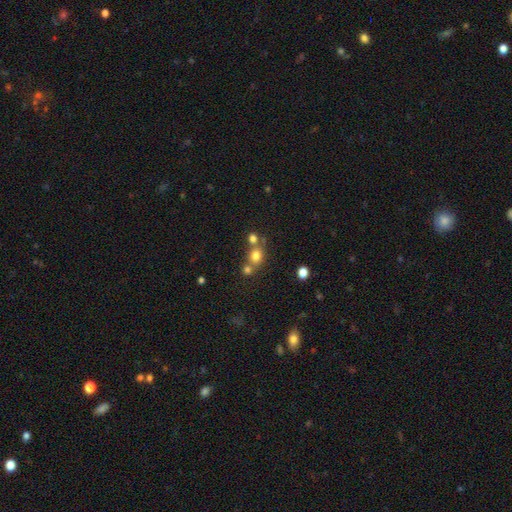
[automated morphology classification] Q: Smooth or featured?
A: smooth (74%); runner-up: star or artifact (15%)
Q: How rounded?
A: round (75%); runner-up: in between (23%)
Q: Merging?
A: none (50%); runner-up: merger (37%)